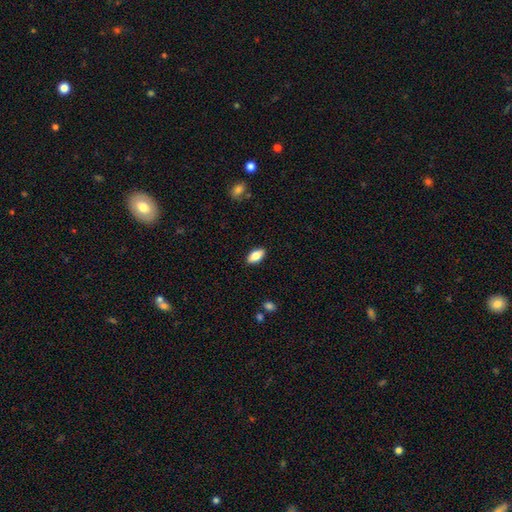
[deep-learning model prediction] This appears to be a smooth galaxy with no disk features (80%) that is in between round and cigar-shaped (89%). Merging: none (89%).